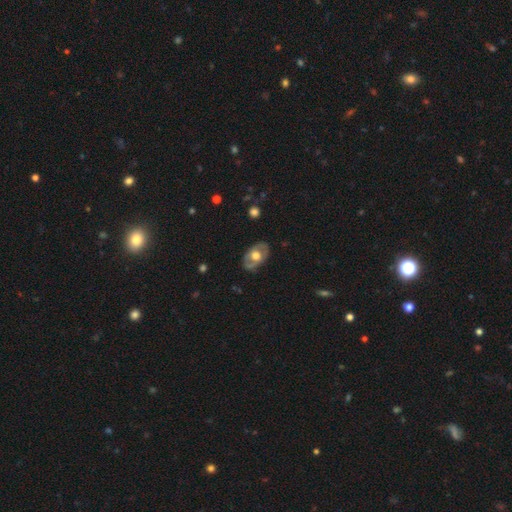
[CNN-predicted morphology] Smooth or featured?
  - featured or disk: 54% *
  - smooth: 40%
  - star or artifact: 6%
Edge-on disk?
  - no: 90% *
  - yes: 10%
Merging?
  - none: 78% *
  - minor disturbance: 16%
  - major disturbance: 5%
  - merger: 1%